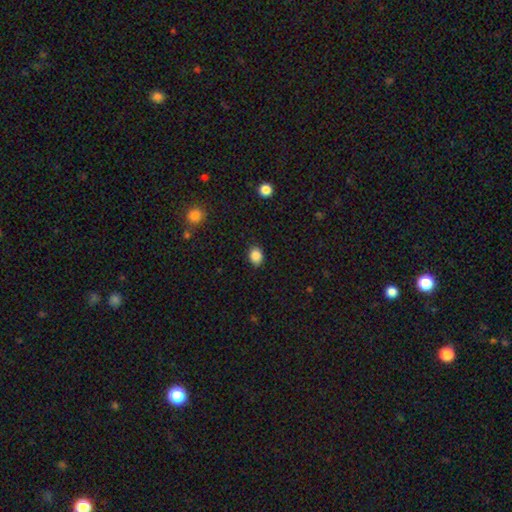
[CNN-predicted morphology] Smooth or featured?
  - smooth: 87% *
  - star or artifact: 9%
  - featured or disk: 3%
How rounded?
  - in between: 51% *
  - round: 48%
  - cigar-shaped: 1%
Merging?
  - none: 89% *
  - minor disturbance: 8%
  - major disturbance: 2%
  - merger: 1%